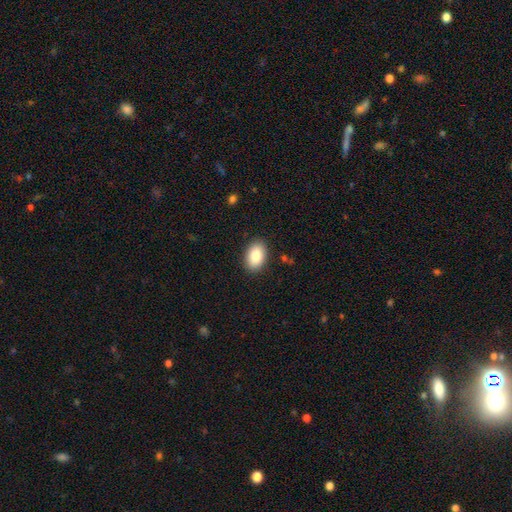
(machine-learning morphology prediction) Smooth or featured? Predicted: smooth (p=0.87). How rounded? Predicted: in between (p=0.91). Merging? Predicted: none (p=0.88).